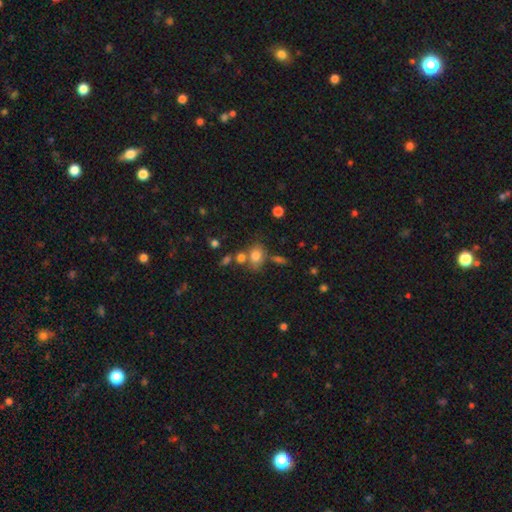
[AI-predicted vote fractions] A smooth galaxy with no disk features (77%) that is in between round and cigar-shaped (62%). Merging: none (54%).